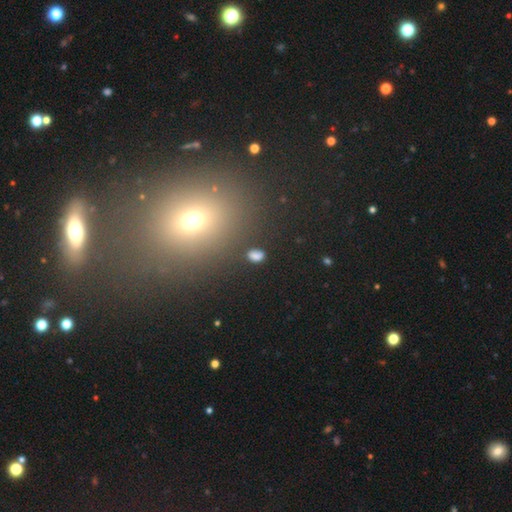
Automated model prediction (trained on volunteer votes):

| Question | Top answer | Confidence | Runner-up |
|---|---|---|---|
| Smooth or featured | smooth | 76% | star or artifact (18%) |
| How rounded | in between | 80% | round (17%) |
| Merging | none | 79% | minor disturbance (11%) |